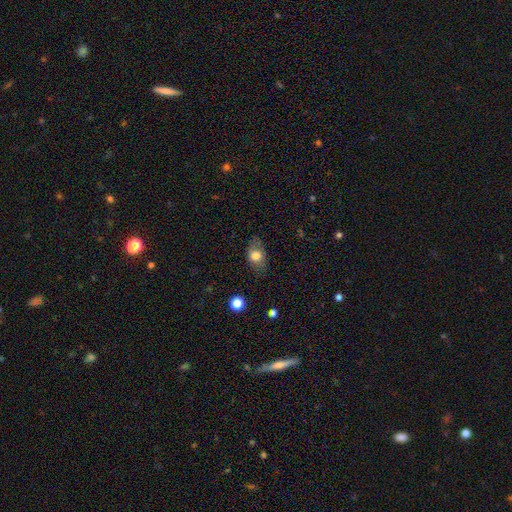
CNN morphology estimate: smooth_or_featured: smooth (p=0.75) [alt: featured or disk p=0.16]
how_rounded: in between (p=0.76) [alt: round p=0.22]
merging: none (p=0.70) [alt: minor disturbance p=0.22]